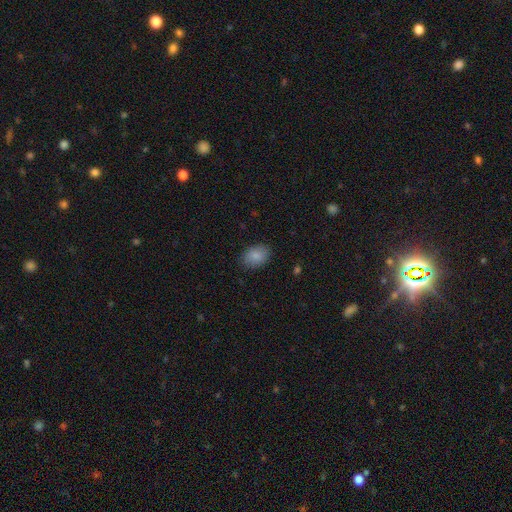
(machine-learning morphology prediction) A smooth galaxy with no disk features (86%) that is in between round and cigar-shaped (77%). Merging: none (85%).